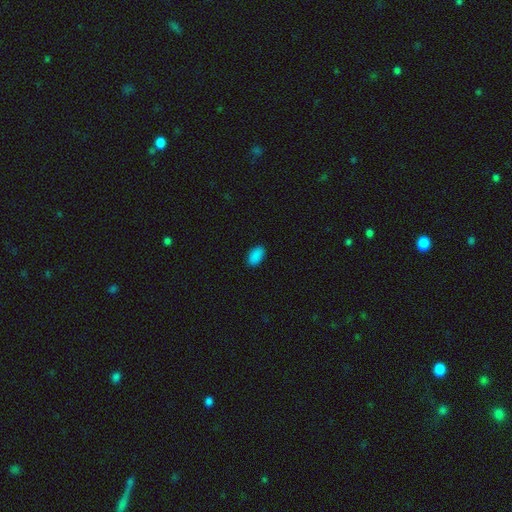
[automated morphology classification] The model was most divided on "smooth or featured": smooth: 88%, star or artifact: 9%, featured or disk: 3%. More confident: how rounded — in between (94%); merging — none (88%).